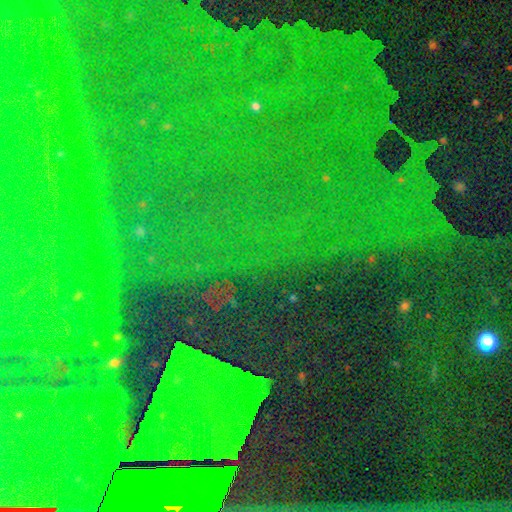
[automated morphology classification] Smooth or featured? star or artifact (83%)